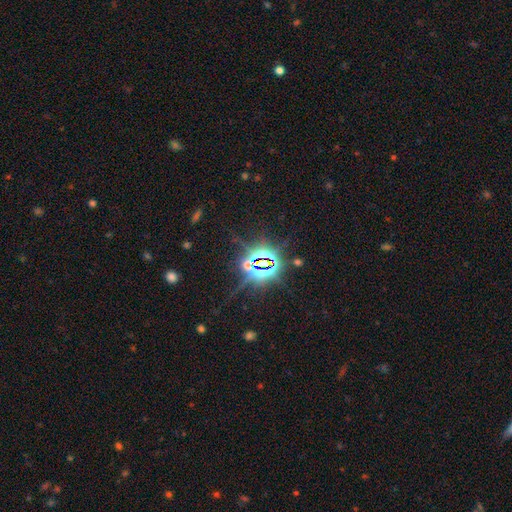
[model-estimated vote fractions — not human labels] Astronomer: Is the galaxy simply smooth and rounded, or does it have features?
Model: star or artifact — 83%.